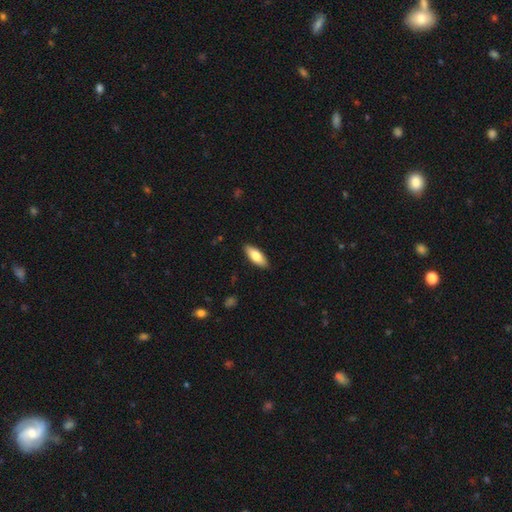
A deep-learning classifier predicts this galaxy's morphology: This is likely a smooth galaxy (78%). How rounded: likely in between (77%). Merging: clearly none (89%).